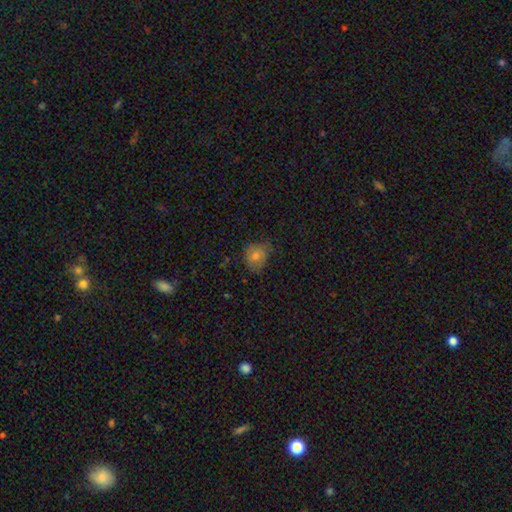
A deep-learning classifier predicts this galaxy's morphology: smooth_or_featured: smooth (p=0.71) [alt: featured or disk p=0.16]
how_rounded: round (p=0.66) [alt: in between p=0.33]
merging: none (p=0.63) [alt: minor disturbance p=0.27]